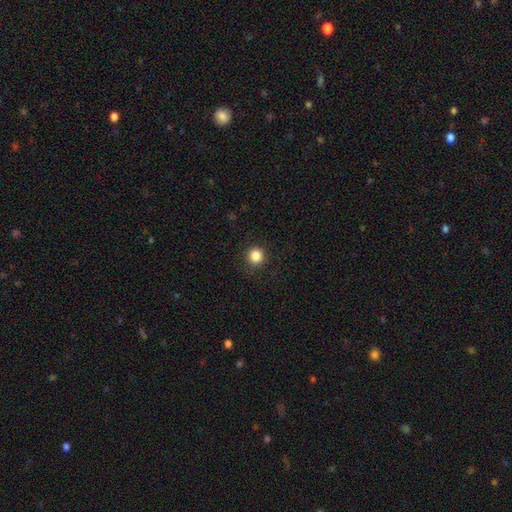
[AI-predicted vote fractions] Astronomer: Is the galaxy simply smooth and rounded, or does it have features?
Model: smooth — 85%.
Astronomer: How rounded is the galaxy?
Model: round — 92%.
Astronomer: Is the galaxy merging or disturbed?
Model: none — 91%.